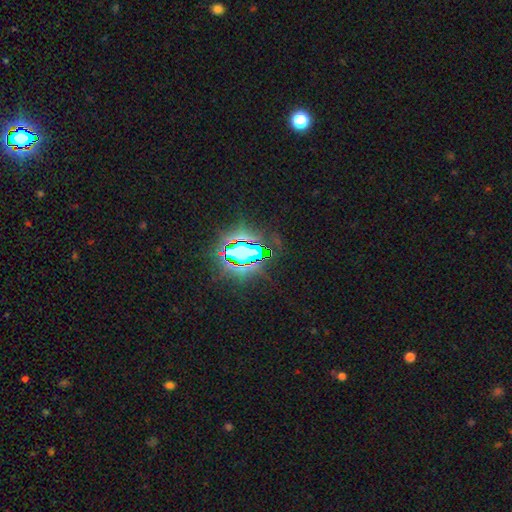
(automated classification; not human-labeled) A star or artifact, not a galaxy (81%).